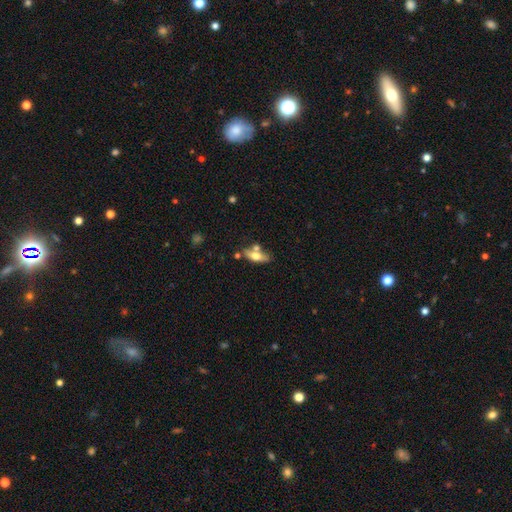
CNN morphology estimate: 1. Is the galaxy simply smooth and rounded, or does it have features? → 53% smooth, 40% featured or disk, 7% star or artifact.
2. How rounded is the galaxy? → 63% in between, 33% cigar-shaped, 4% round.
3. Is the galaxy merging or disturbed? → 59% none, 21% merger, 15% minor disturbance, 5% major disturbance.